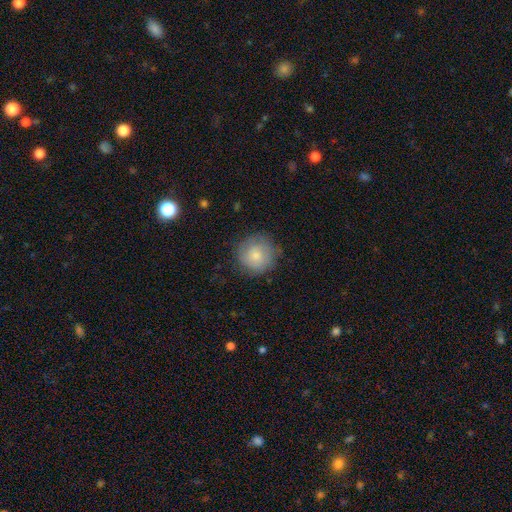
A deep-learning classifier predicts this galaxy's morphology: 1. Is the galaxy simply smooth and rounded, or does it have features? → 70% smooth, 23% featured or disk, 7% star or artifact.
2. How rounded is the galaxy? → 94% round, 5% in between, 1% cigar-shaped.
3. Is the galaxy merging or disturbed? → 79% none, 15% minor disturbance, 5% major disturbance, 1% merger.